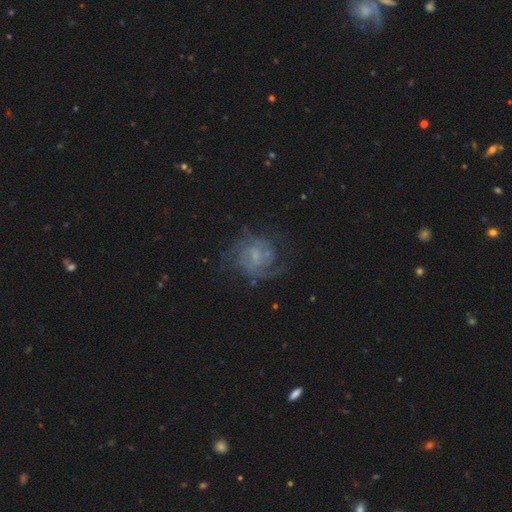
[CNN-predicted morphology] Overall: featured or disk (73%). Edge-on disk: no (98%). Bar: no (48%; weak 44%). Spiral arms: yes (87%). Spiral arm count: can't tell (36%; 2 35%). Spiral winding: medium (41%, tied with tight). Bulge size: small (48%; none 29%). Merging: none (63%).